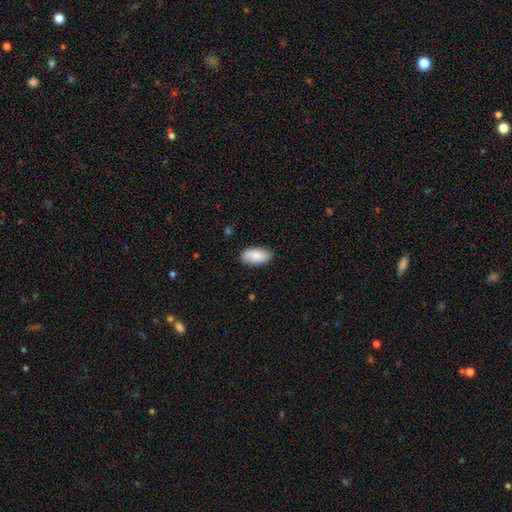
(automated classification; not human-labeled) Overall: smooth (83%). How rounded: in between (95%). Merging: none (83%).